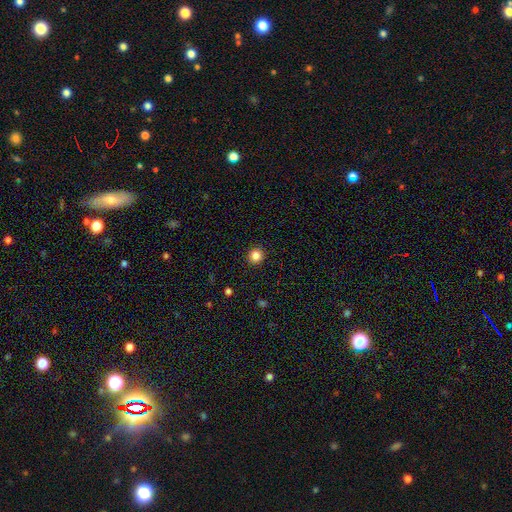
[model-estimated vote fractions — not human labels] Smooth or featured: smooth — 85% (star or artifact — 11%)
How rounded: round — 93% (in between — 6%)
Merging: none — 93% (minor disturbance — 5%)